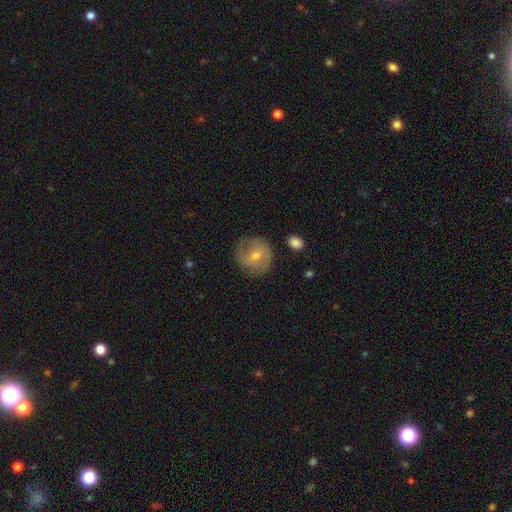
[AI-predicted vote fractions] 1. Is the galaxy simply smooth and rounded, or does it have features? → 51% featured or disk, 40% smooth, 9% star or artifact.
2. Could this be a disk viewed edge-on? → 96% no, 4% yes.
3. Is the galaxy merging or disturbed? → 74% none, 18% minor disturbance, 6% major disturbance, 2% merger.